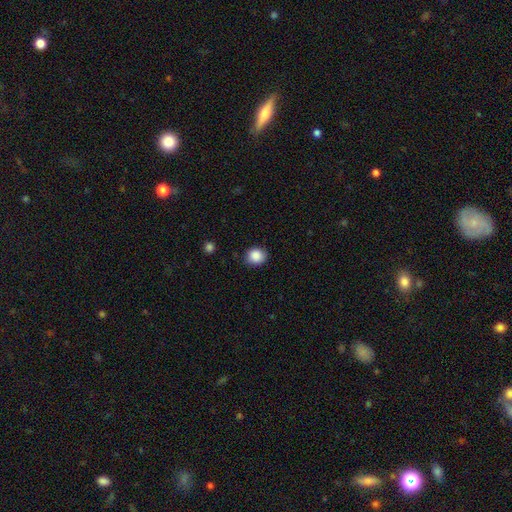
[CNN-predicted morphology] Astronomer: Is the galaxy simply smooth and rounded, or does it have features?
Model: smooth — 88%.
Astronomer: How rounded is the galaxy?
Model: round — 77%.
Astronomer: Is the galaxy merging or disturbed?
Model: none — 84%.